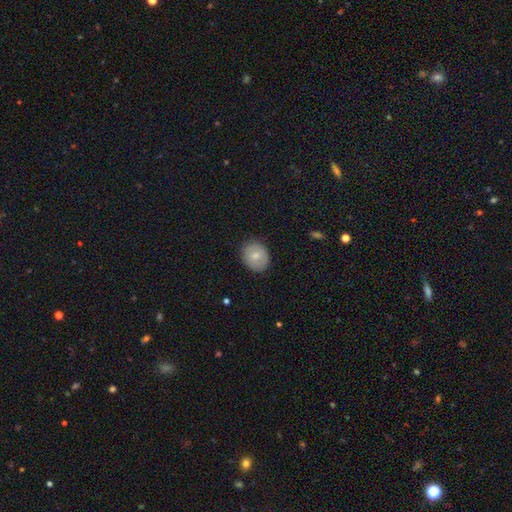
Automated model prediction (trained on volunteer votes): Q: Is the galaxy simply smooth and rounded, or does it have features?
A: smooth — 72%.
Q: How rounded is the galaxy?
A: round — 60%.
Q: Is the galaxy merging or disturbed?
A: none — 85%.